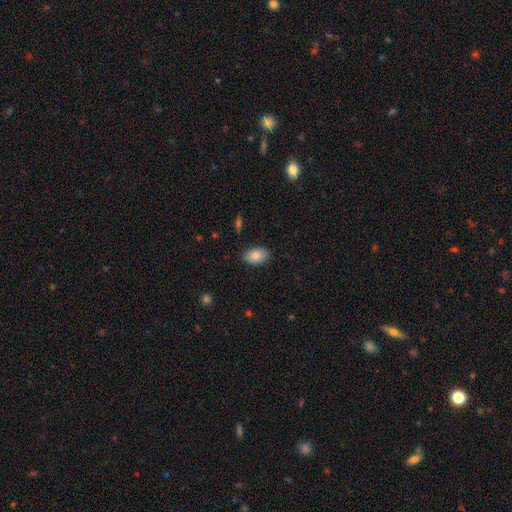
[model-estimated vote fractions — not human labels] smooth-or-featured: smooth: 84% | featured or disk: 9% | star or artifact: 7%
  how-rounded: in between: 89% | round: 9% | cigar-shaped: 1%
  merging: none: 86% | minor disturbance: 10% | major disturbance: 2% | merger: 1%